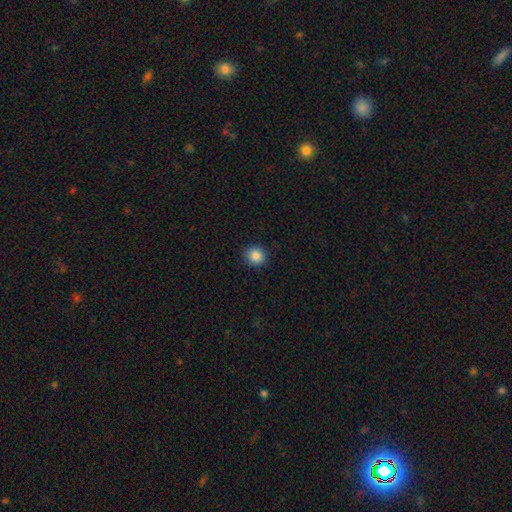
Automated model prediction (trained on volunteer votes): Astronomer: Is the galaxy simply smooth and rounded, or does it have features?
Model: smooth — 86%.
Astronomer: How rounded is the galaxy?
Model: round — 88%.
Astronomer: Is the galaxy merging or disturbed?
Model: none — 91%.